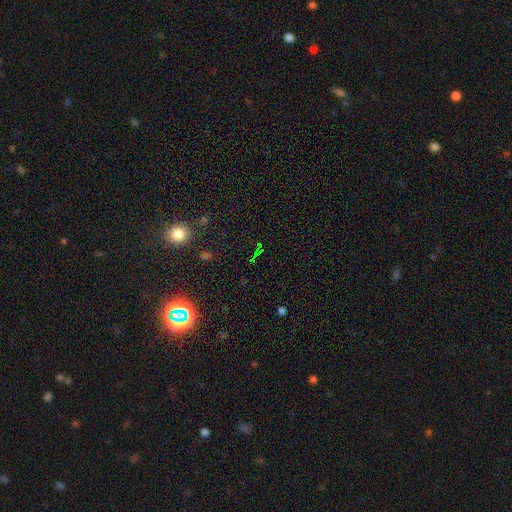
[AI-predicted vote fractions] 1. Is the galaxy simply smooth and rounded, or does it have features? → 74% star or artifact, 16% smooth, 10% featured or disk.